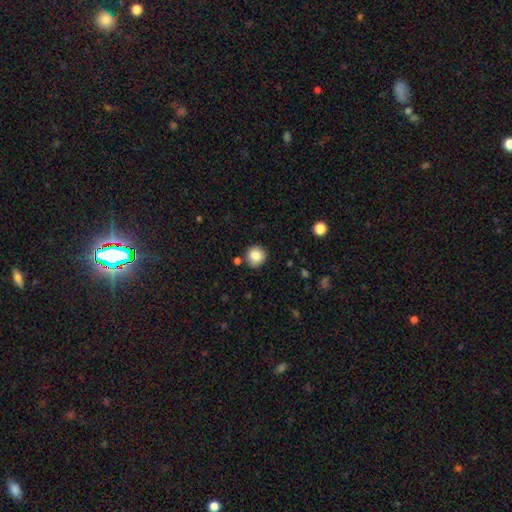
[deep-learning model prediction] This appears to be a smooth galaxy with no disk features (85%) that is round (92%). Merging: none (86%).